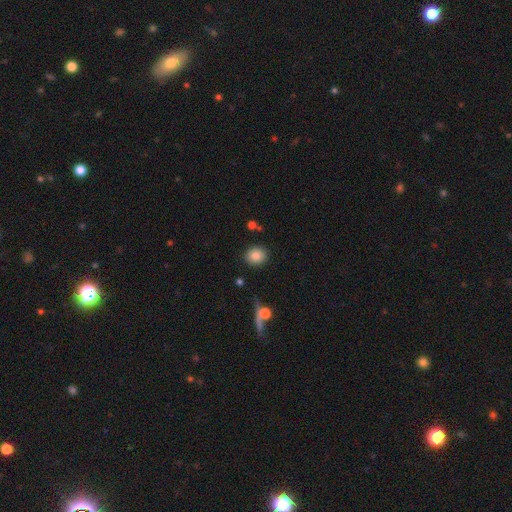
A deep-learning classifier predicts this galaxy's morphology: A smooth galaxy with no disk features (85%) that is round (69%). Merging: none (87%).